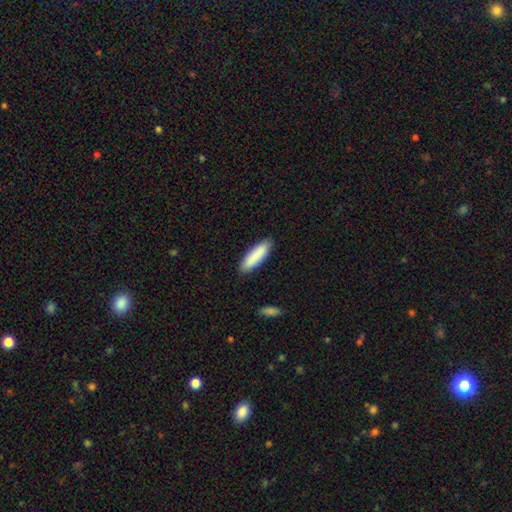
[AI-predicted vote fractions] Smooth or featured? smooth (87%)
How rounded? cigar-shaped (56%)
Merging? none (88%)